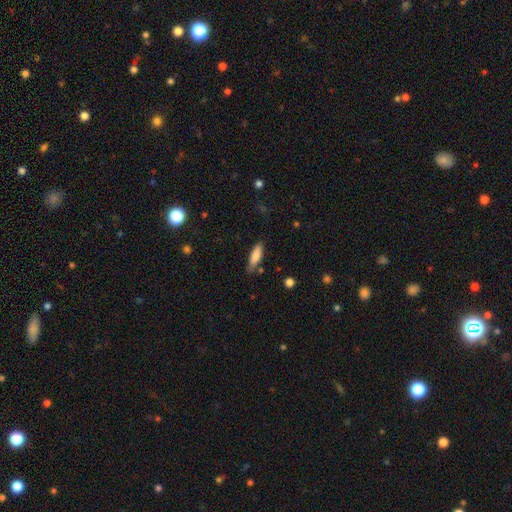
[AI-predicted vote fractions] Smooth or featured? Predicted: smooth (p=0.80). How rounded? Predicted: cigar-shaped (p=0.50). Merging? Predicted: none (p=0.71).